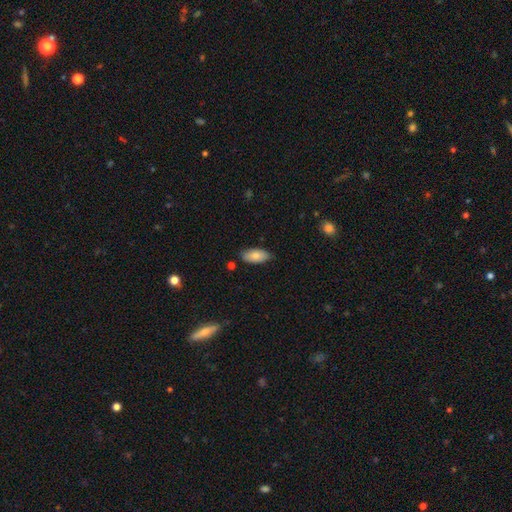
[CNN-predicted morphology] type=smooth (80%); roundness=in between (91%); merging=none (81%).